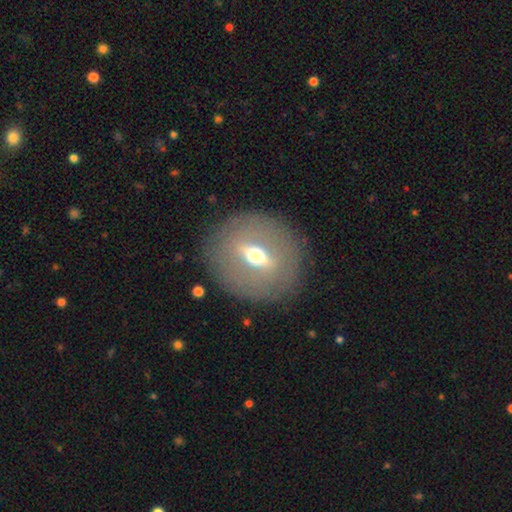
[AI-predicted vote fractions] The model was most divided on "smooth or featured": featured or disk: 52%, smooth: 35%, star or artifact: 13%. More confident: merging — none (86%); edge-on disk — no (75%).